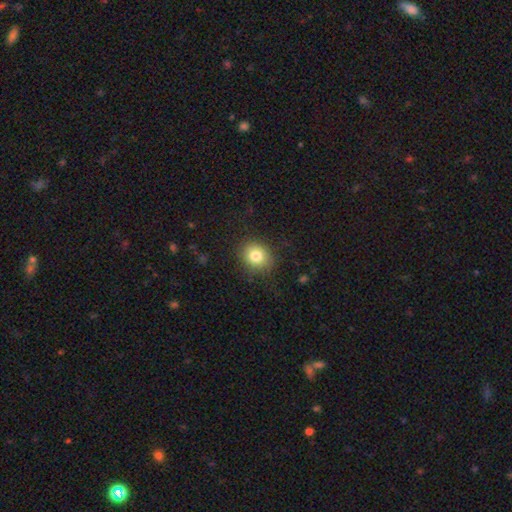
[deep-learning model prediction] Smooth or featured: smooth — 81% (star or artifact — 11%)
How rounded: round — 79% (in between — 20%)
Merging: none — 85% (minor disturbance — 10%)